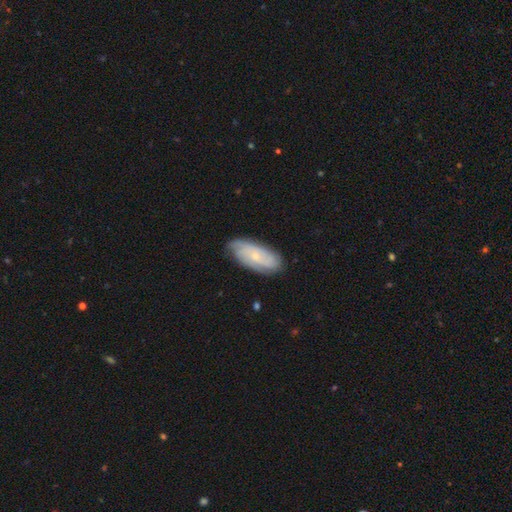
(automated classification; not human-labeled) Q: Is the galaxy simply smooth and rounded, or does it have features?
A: featured or disk — 62%.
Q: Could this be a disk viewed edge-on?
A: no — 92%.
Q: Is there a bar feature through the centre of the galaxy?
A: no — 75%.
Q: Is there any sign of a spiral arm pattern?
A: yes — 90%.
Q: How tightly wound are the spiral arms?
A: tight — 59%.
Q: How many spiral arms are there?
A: can't tell — 44%.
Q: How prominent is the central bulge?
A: small — 75%.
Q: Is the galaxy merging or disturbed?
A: none — 77%.